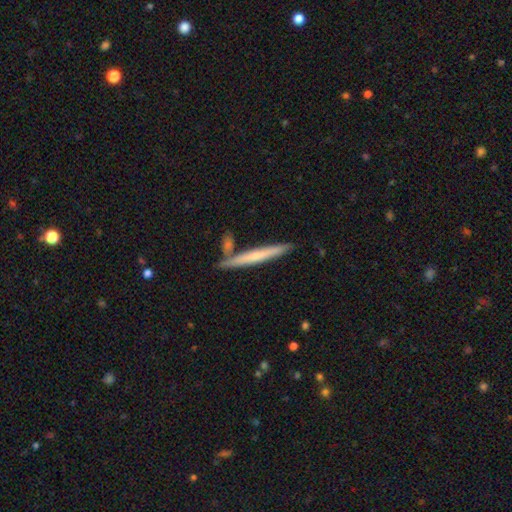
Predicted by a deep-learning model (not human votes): Overall: smooth (52%; featured or disk 43%). How rounded: cigar-shaped (96%). Merging: none (79%).